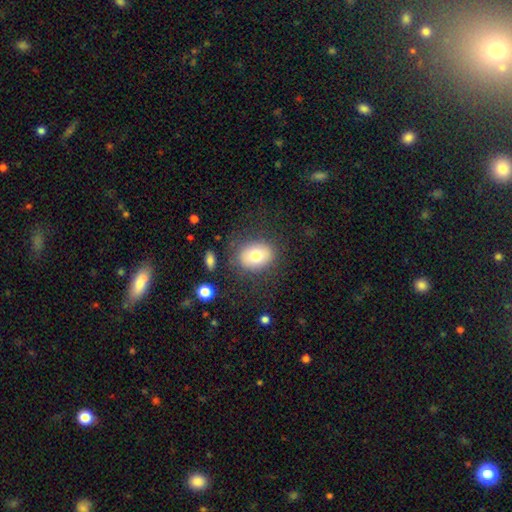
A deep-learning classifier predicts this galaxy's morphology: This is likely a smooth galaxy (74%). How rounded: possibly in between (52%). Merging: likely none (78%).